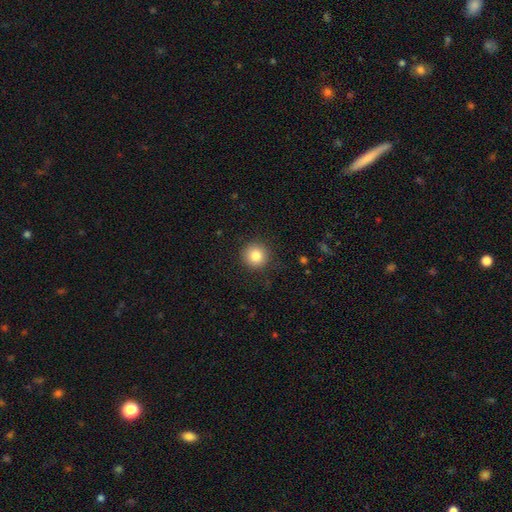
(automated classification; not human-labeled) Overall: smooth (84%). How rounded: round (95%). Merging: none (89%).